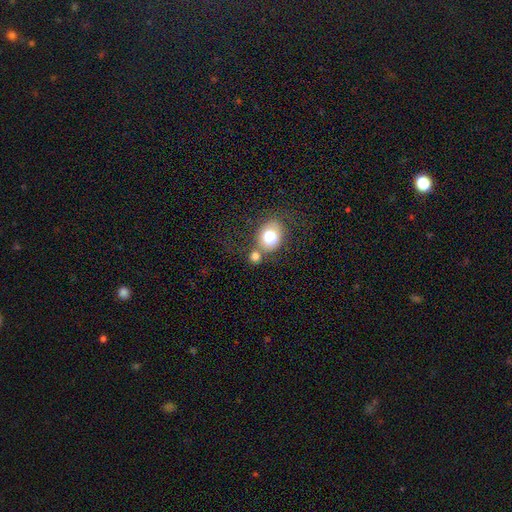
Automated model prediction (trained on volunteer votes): This appears to be a smooth galaxy with no disk features (71%) that is round (67%). Merging: none (57%).